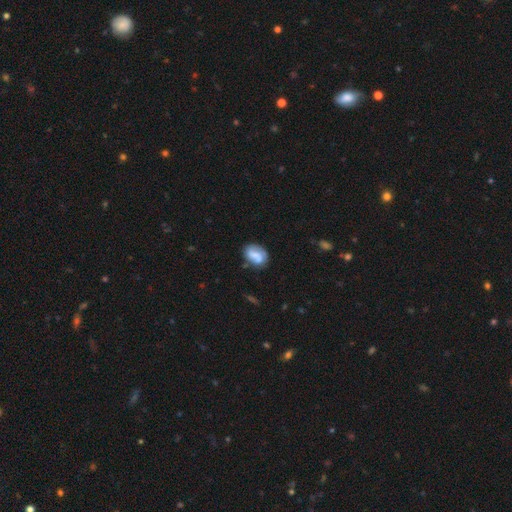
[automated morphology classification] Smooth or featured? smooth (61%)
How rounded? in between (72%)
Merging? none (57%)